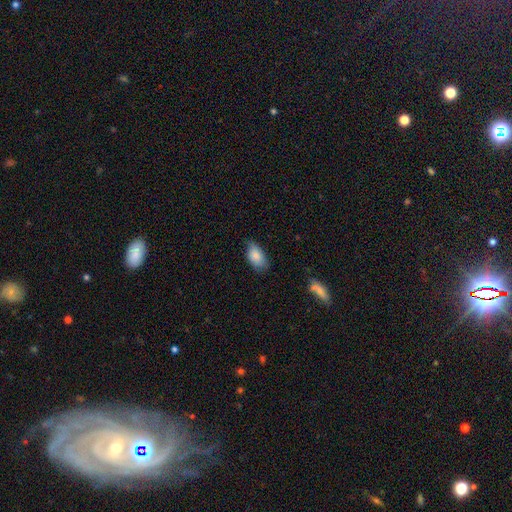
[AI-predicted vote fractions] The model was most divided on "merging": none: 66%, minor disturbance: 28%, major disturbance: 5%, merger: 1%. More confident: how rounded — in between (93%); smooth or featured — smooth (83%).